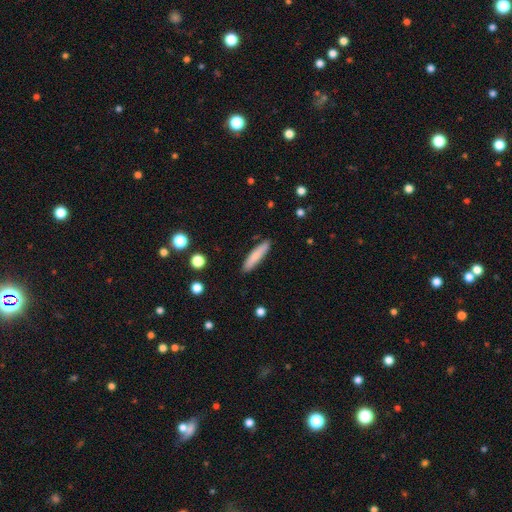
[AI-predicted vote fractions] This appears to be a smooth galaxy with no disk features (79%) that is cigar-shaped (84%). Merging: none (88%).